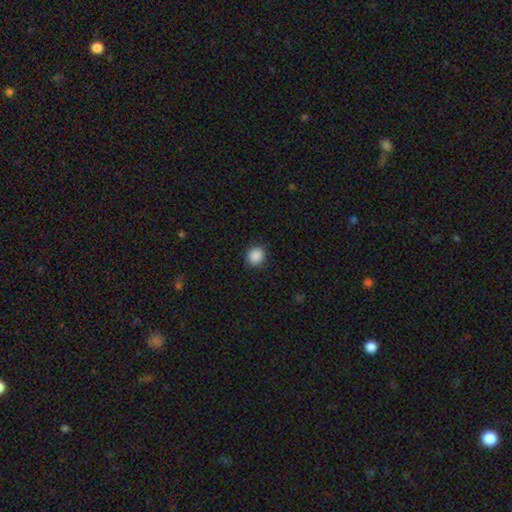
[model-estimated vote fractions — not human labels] A smooth galaxy with no disk features (88%) that is round (89%).

Vote fractions:
- Smooth or featured? smooth: 88% / star or artifact: 9% / featured or disk: 2%
- How rounded? round: 89% / in between: 10% / cigar-shaped: 1%
- Merging? none: 90% / minor disturbance: 7% / major disturbance: 2% / merger: 1%